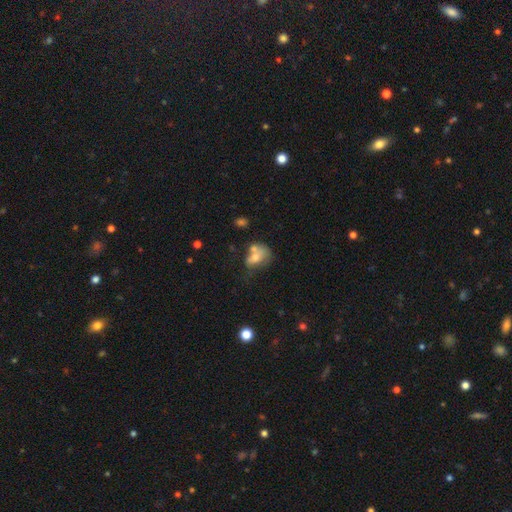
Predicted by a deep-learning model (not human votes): Smooth or featured?
  - smooth: 61% *
  - featured or disk: 28%
  - star or artifact: 10%
How rounded?
  - in between: 73% *
  - round: 25%
  - cigar-shaped: 2%
Merging?
  - merger: 38% *
  - none: 23%
  - major disturbance: 20%
  - minor disturbance: 19%